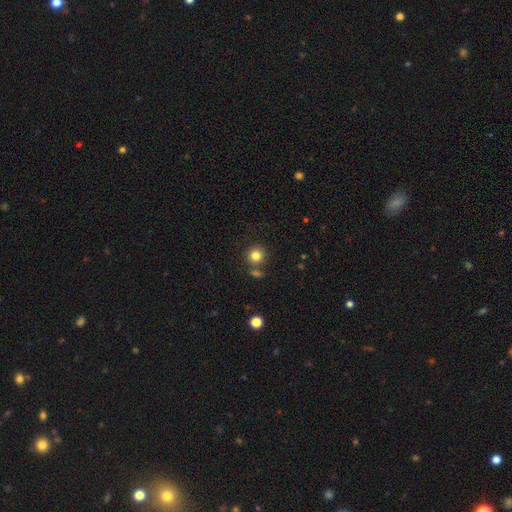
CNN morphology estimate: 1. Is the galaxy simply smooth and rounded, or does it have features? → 81% smooth, 12% star or artifact, 7% featured or disk.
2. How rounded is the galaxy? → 91% round, 8% in between, 1% cigar-shaped.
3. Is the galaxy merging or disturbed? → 76% none, 12% merger, 9% minor disturbance, 3% major disturbance.